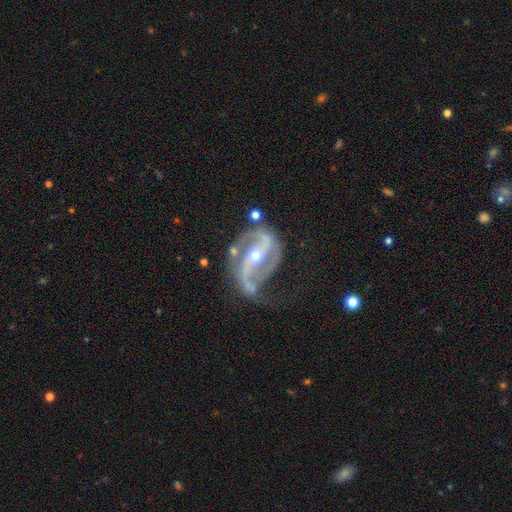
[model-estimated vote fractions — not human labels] Smooth or featured? Predicted: featured or disk (p=0.91). Edge-on disk? Predicted: no (p=0.97). Bar? Predicted: strong (p=0.51). Spiral arms? Predicted: yes (p=0.97). Spiral winding? Predicted: medium (p=0.53). Spiral arm count? Predicted: 2 (p=0.91). Bulge size? Predicted: moderate (p=0.55). Merging? Predicted: none (p=0.56).